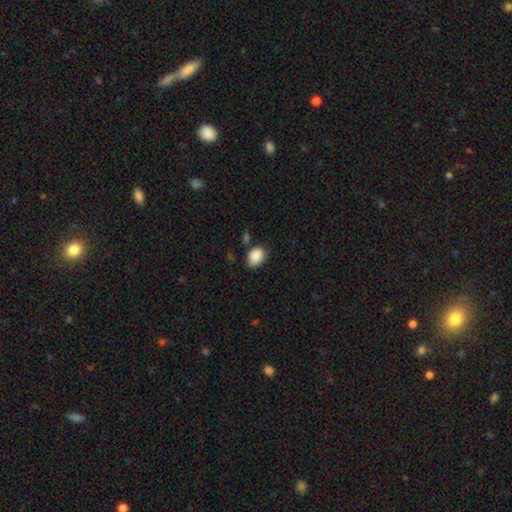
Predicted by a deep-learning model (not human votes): Smooth or featured?
  - smooth: 88% *
  - star or artifact: 8%
  - featured or disk: 4%
How rounded?
  - in between: 65% *
  - round: 34%
  - cigar-shaped: 1%
Merging?
  - none: 71% *
  - minor disturbance: 20%
  - merger: 6%
  - major disturbance: 4%